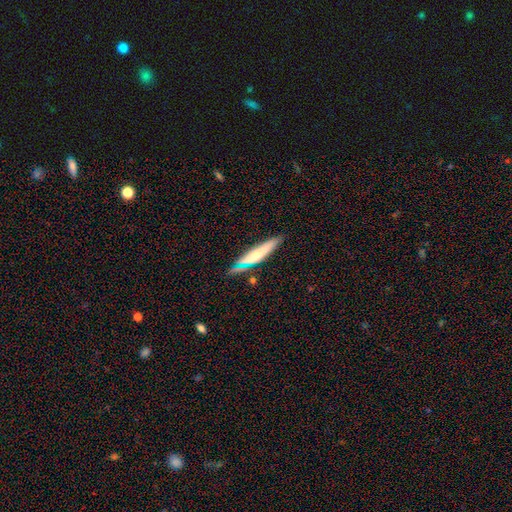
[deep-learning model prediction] smooth_or_featured: smooth (p=0.51) [alt: featured or disk p=0.40]
how_rounded: cigar-shaped (p=0.85) [alt: in between p=0.13]
merging: none (p=0.71) [alt: minor disturbance p=0.16]